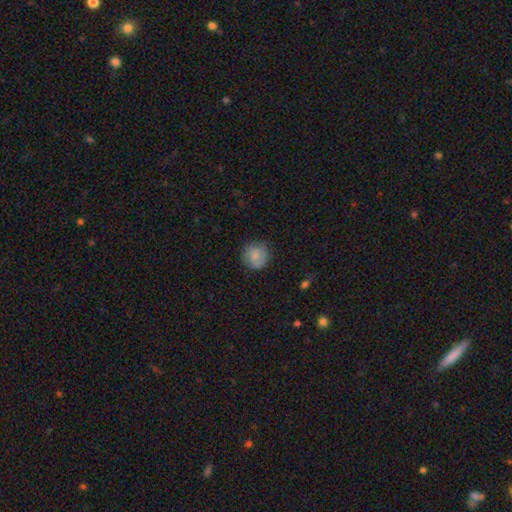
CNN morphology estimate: A smooth galaxy with no disk features (72%) that is round (89%). Merging: none (77%).